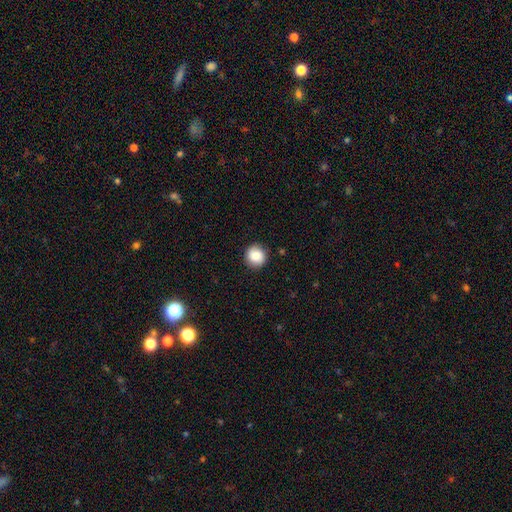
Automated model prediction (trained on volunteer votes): Smooth or featured?
  - smooth: 84% *
  - star or artifact: 8%
  - featured or disk: 8%
How rounded?
  - round: 92% *
  - in between: 7%
  - cigar-shaped: 1%
Merging?
  - none: 89% *
  - minor disturbance: 8%
  - major disturbance: 2%
  - merger: 1%